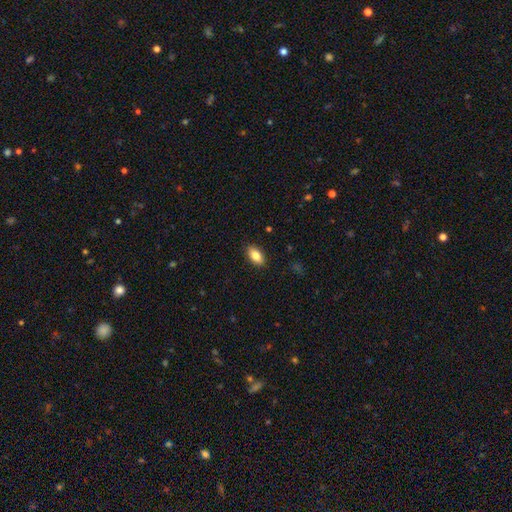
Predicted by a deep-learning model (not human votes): The model was most divided on "smooth or featured": smooth: 83%, featured or disk: 9%, star or artifact: 7%. More confident: how rounded — in between (91%); merging — none (89%).